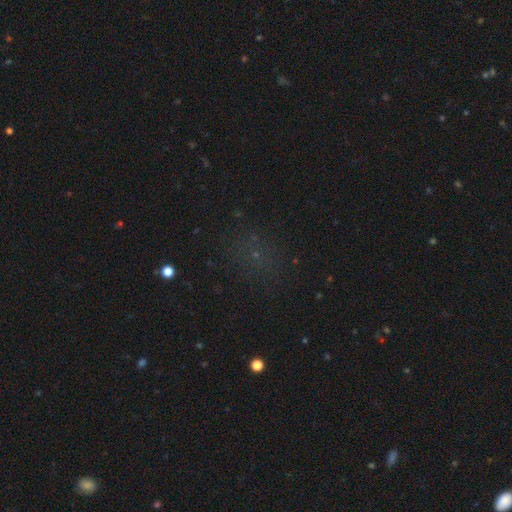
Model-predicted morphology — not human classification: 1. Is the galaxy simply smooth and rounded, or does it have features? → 47% star or artifact, 41% smooth, 12% featured or disk.